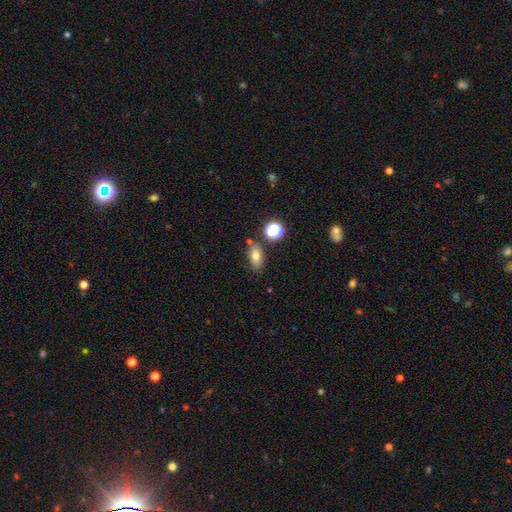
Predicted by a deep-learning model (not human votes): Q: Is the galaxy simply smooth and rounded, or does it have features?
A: smooth — 74%.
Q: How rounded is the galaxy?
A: in between — 80%.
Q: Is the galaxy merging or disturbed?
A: none — 73%.